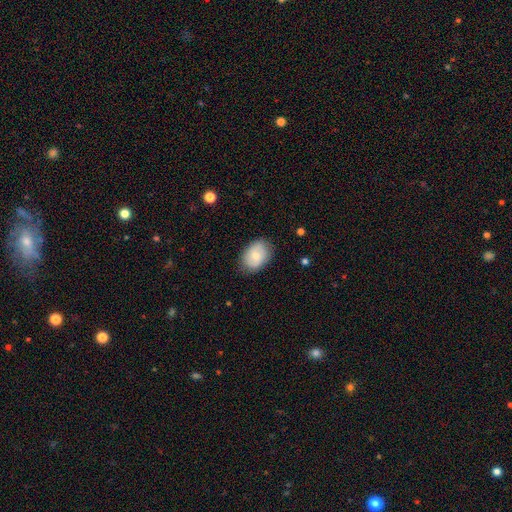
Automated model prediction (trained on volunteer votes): Smooth or featured? smooth (76%)
How rounded? in between (80%)
Merging? none (79%)